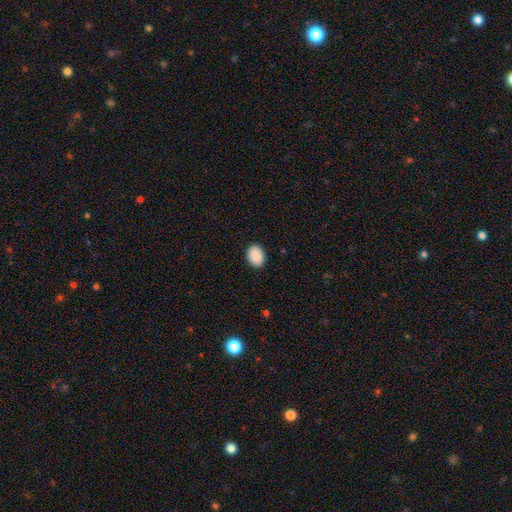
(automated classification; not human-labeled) smooth_or_featured: smooth (p=0.91) [alt: star or artifact p=0.07]
how_rounded: in between (p=0.64) [alt: round p=0.35]
merging: none (p=0.90) [alt: minor disturbance p=0.07]